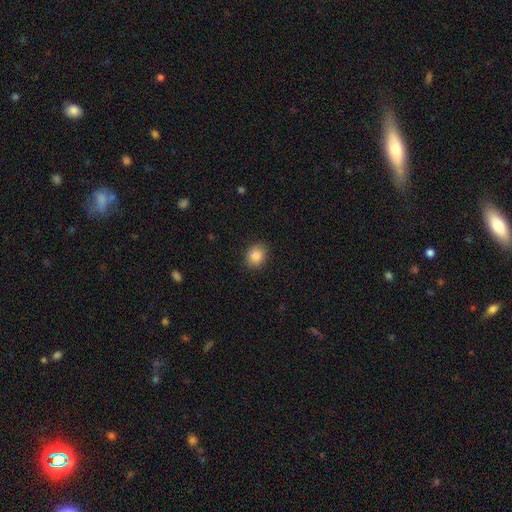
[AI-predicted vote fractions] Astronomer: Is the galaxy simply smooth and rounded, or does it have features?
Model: smooth — 87%.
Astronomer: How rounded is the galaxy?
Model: round — 62% (runner-up: in between, 37%).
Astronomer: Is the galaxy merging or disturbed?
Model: none — 86%.